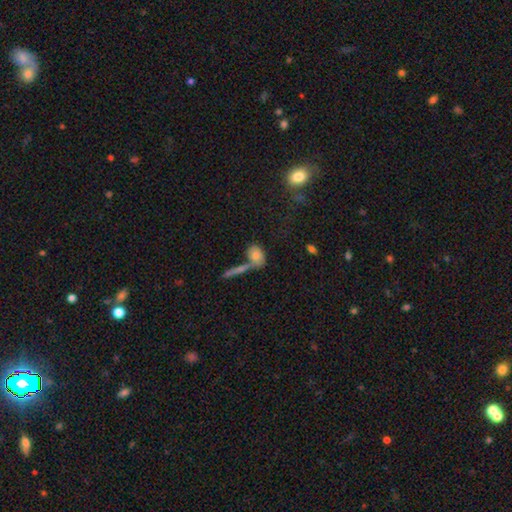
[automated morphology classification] smooth_or_featured: smooth (p=0.73) [alt: featured or disk p=0.17]
how_rounded: in between (p=0.69) [alt: round p=0.23]
merging: none (p=0.47) [alt: merger p=0.34]